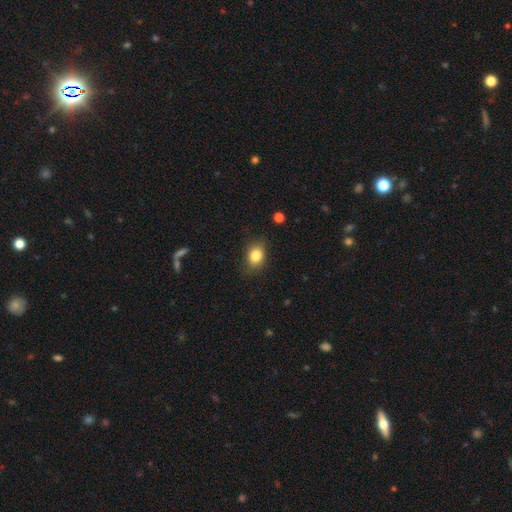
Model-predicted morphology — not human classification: smooth 83%, star or artifact 10%, featured or disk 7%. Down the decision tree: how rounded — in between (57%); merging — none (77%).